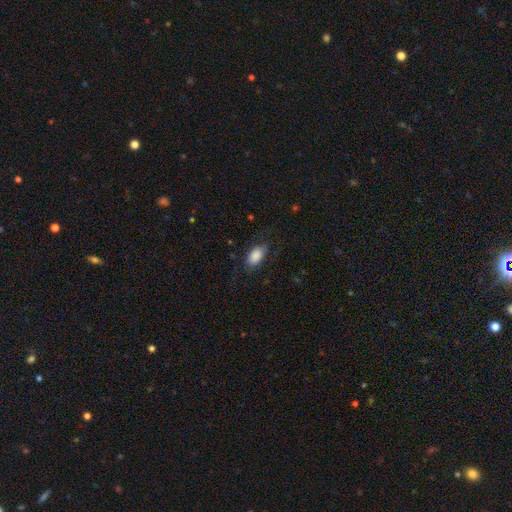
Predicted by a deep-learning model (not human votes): Overall: smooth (85%). How rounded: in between (92%). Merging: none (73%).